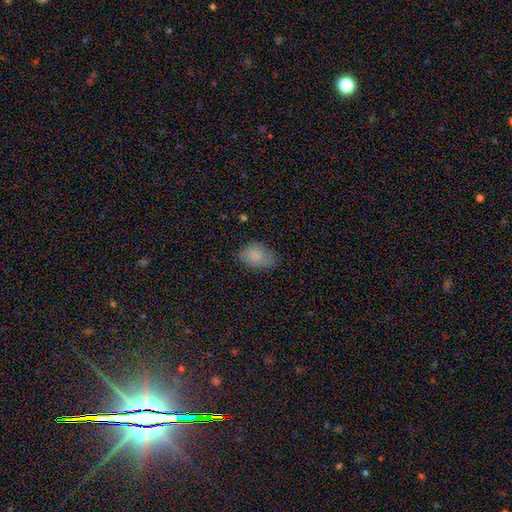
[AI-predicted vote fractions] Smooth or featured? Predicted: smooth (p=0.82). How rounded? Predicted: in between (p=0.87). Merging? Predicted: none (p=0.60).